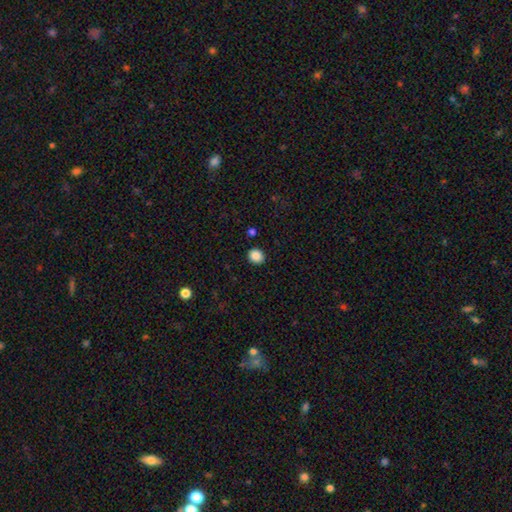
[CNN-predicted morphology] A smooth galaxy with no disk features (88%) that is round (77%). Merging: none (90%).